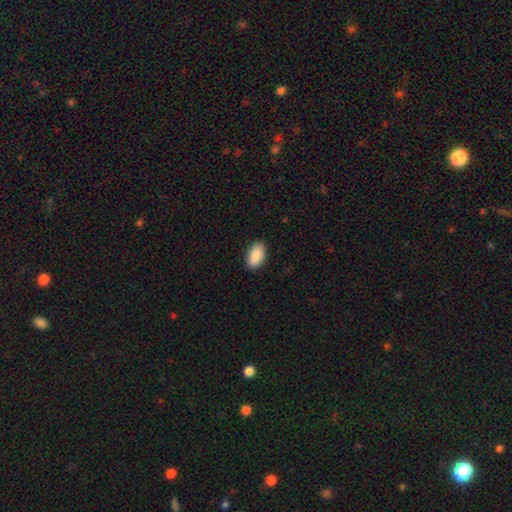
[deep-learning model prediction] Smooth or featured?
  - smooth: 91% *
  - star or artifact: 6%
  - featured or disk: 3%
How rounded?
  - in between: 95% *
  - round: 3%
  - cigar-shaped: 2%
Merging?
  - none: 88% *
  - minor disturbance: 9%
  - major disturbance: 2%
  - merger: 1%